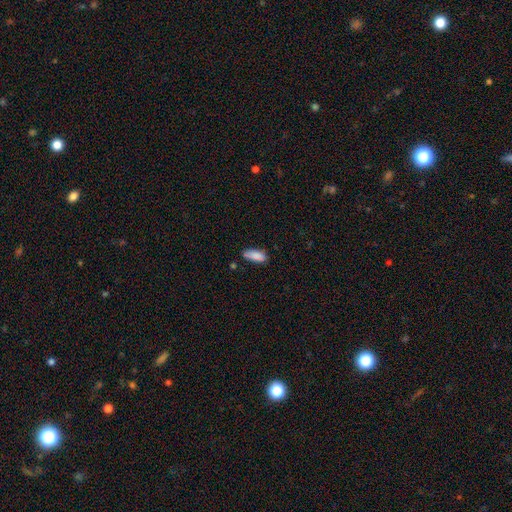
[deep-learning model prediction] Smooth or featured?
  - smooth: 86% *
  - star or artifact: 7%
  - featured or disk: 6%
How rounded?
  - in between: 76% *
  - cigar-shaped: 22%
  - round: 2%
Merging?
  - none: 65% *
  - minor disturbance: 25%
  - major disturbance: 5%
  - merger: 5%